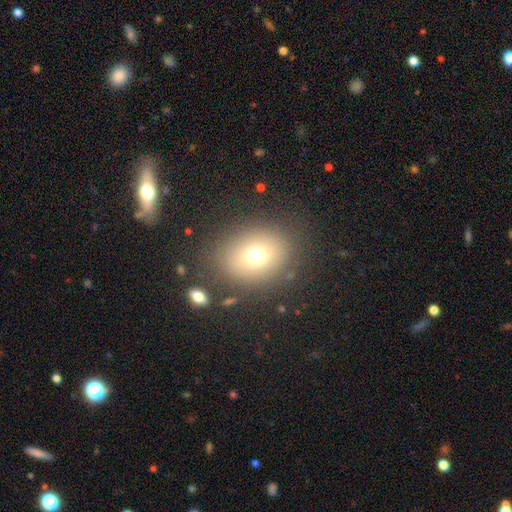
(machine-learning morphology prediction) Overall: smooth (70%). How rounded: in between (55%; round 44%). Merging: none (80%).